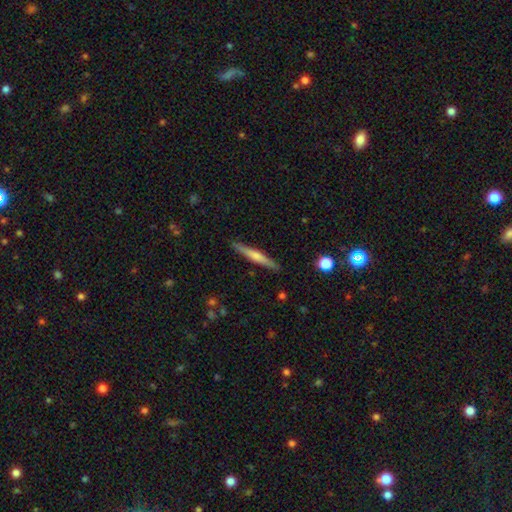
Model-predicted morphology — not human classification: The model was most divided on "smooth or featured": featured or disk: 54%, smooth: 40%, star or artifact: 6%. More confident: edge-on disk — yes (97%); merging — none (90%); edge-on bulge — rounded (67%).